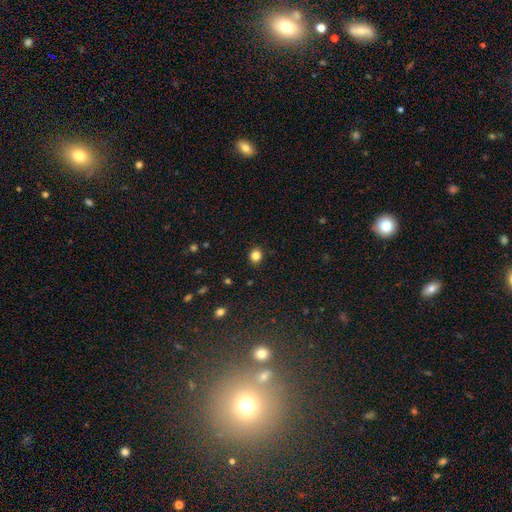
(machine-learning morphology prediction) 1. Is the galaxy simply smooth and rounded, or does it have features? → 84% smooth, 12% star or artifact, 5% featured or disk.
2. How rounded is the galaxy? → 79% round, 20% in between, 1% cigar-shaped.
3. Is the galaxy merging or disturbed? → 90% none, 7% minor disturbance, 2% major disturbance, 1% merger.